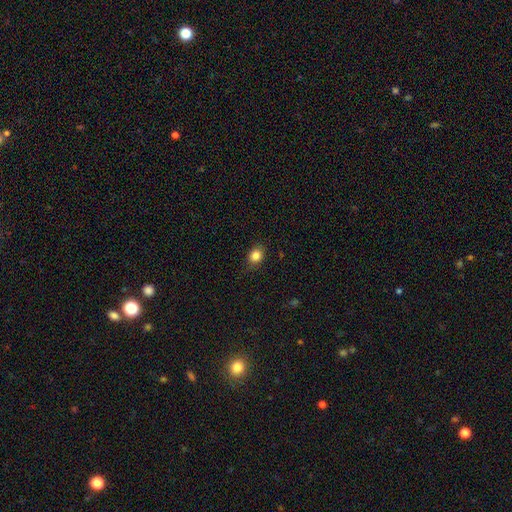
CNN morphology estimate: A smooth galaxy with no disk features (84%) that is round (61%).

Vote fractions:
- Smooth or featured? smooth: 84% / star or artifact: 11% / featured or disk: 6%
- How rounded? round: 61% / in between: 37% / cigar-shaped: 1%
- Merging? none: 81% / minor disturbance: 14% / major disturbance: 3% / merger: 1%